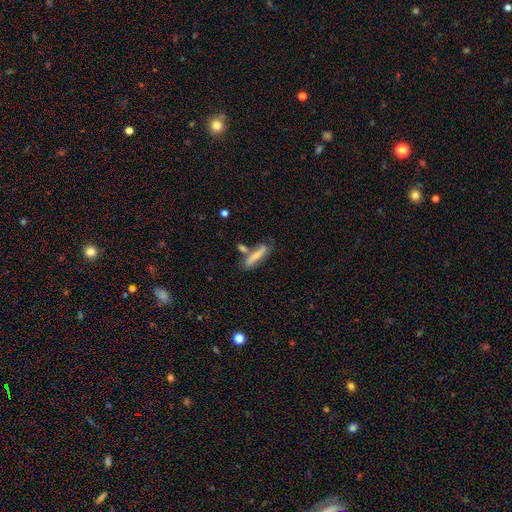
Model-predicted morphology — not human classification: This appears to be a smooth galaxy with no disk features (58%) that is cigar-shaped (74%). Merging: none (51%).